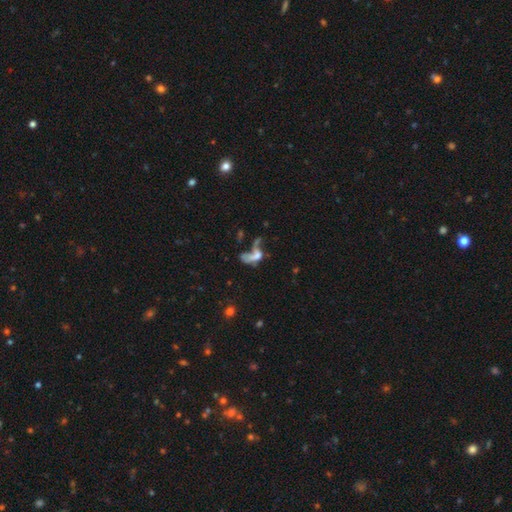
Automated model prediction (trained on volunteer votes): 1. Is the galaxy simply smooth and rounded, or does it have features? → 43% featured or disk, 40% smooth, 18% star or artifact.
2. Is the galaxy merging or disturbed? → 39% merger, 36% major disturbance, 17% none, 9% minor disturbance.